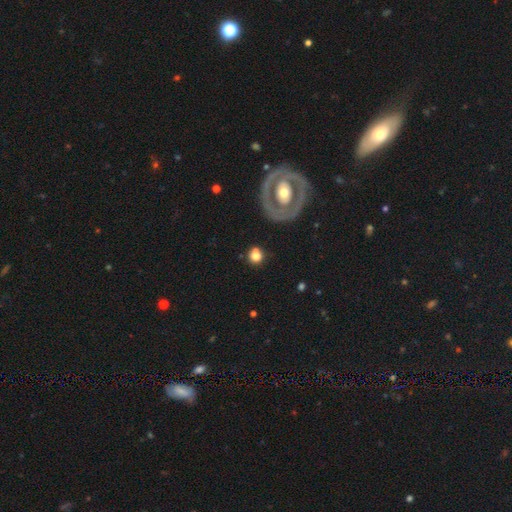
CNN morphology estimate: type=smooth (72%); roundness=round (87%); merging=none (73%).